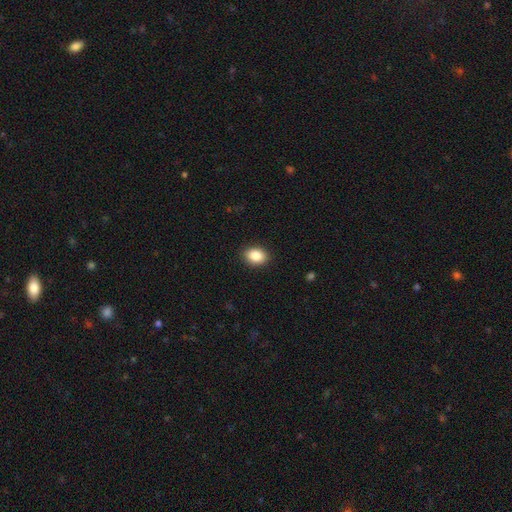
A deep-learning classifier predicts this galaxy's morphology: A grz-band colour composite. It shows a smooth galaxy with no disk features (87%) that is in between round and cigar-shaped (72%). Merging: none (90%).